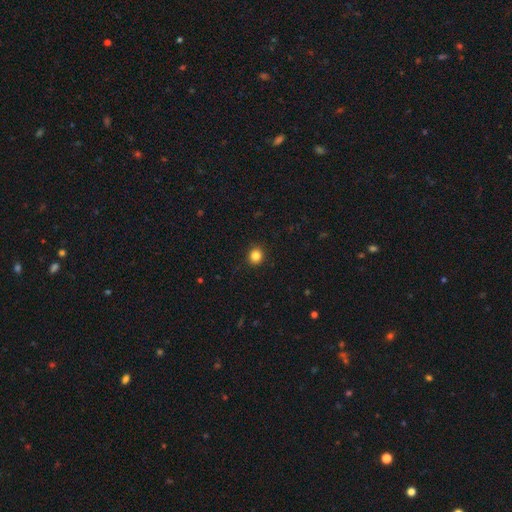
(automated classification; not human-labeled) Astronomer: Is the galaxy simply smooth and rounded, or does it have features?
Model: smooth — 85%.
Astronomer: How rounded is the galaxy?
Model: round — 86%.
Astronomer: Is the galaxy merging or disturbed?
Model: none — 92%.